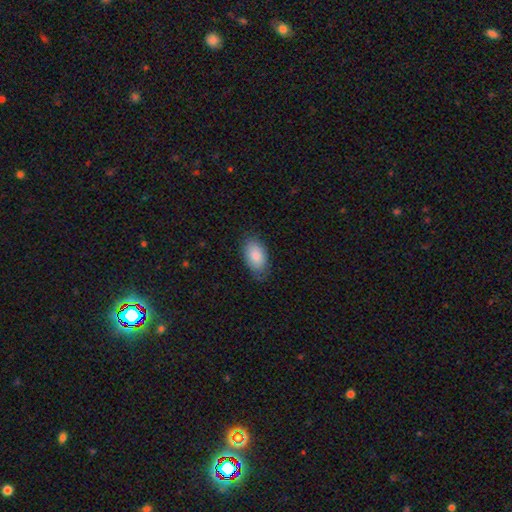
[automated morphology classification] This appears to be a smooth galaxy with no disk features (86%) that is in between round and cigar-shaped (94%). Merging: none (78%).